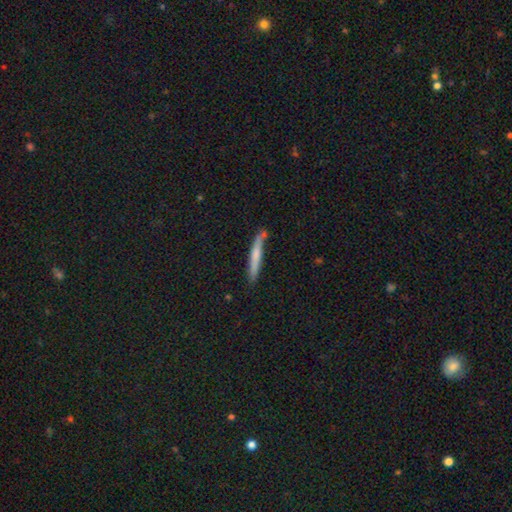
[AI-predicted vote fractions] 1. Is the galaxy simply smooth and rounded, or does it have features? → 62% smooth, 31% featured or disk, 6% star or artifact.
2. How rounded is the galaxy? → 95% cigar-shaped, 4% in between, 1% round.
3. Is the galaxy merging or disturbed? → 73% none, 17% minor disturbance, 6% merger, 4% major disturbance.